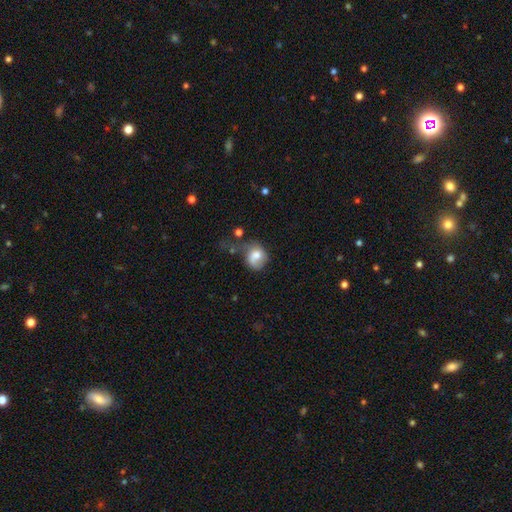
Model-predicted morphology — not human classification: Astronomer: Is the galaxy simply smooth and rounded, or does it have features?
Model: smooth — 65%.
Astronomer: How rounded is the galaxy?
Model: round — 61% (runner-up: in between, 38%).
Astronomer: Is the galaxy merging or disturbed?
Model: major disturbance — 34% (runner-up: none, 29%).